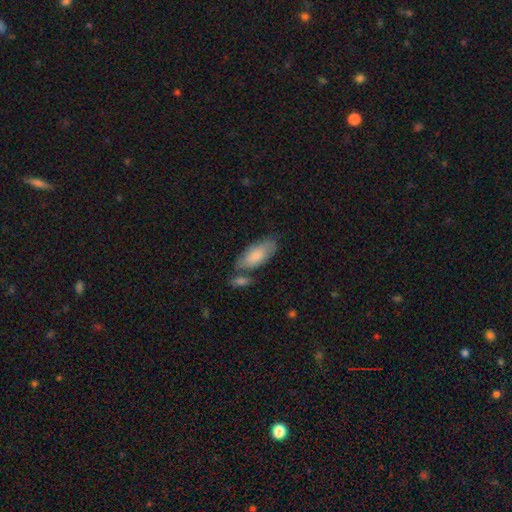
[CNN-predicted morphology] smooth_or_featured: smooth (p=0.79) [alt: featured or disk p=0.16]
how_rounded: in between (p=0.86) [alt: cigar-shaped p=0.12]
merging: none (p=0.58) [alt: minor disturbance p=0.20]